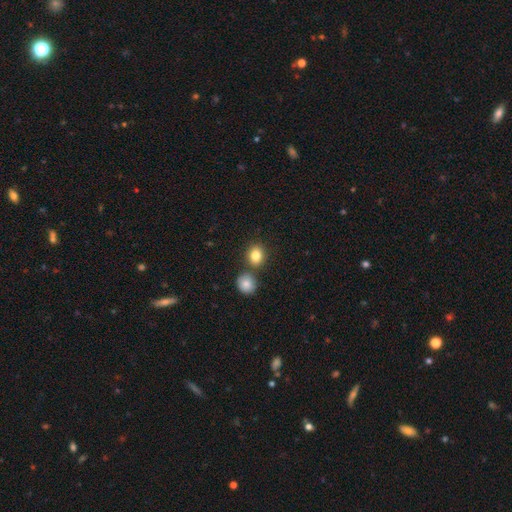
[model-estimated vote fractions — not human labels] This is clearly a smooth galaxy (83%). How rounded: likely round (71%). Merging: likely none (72%).